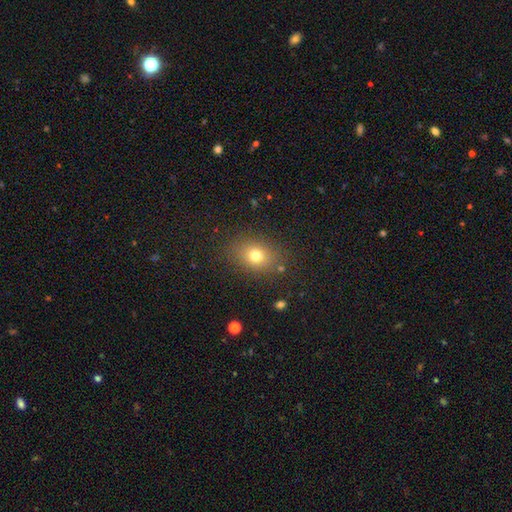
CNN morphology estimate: type=smooth (74%); roundness=in between (54%); merging=none (84%).